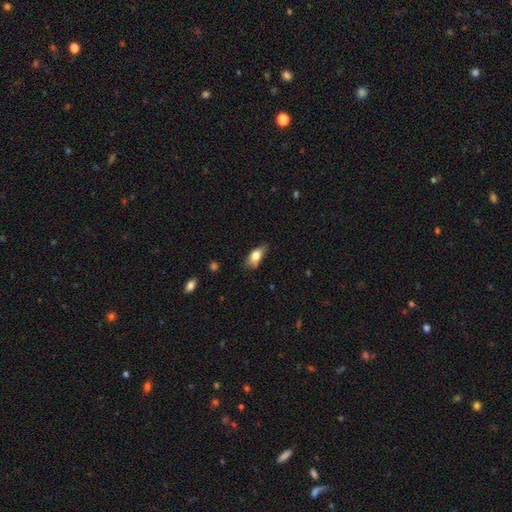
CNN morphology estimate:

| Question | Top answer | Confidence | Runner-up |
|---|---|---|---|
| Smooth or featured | smooth | 71% | featured or disk (21%) |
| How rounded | in between | 81% | cigar-shaped (13%) |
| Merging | none | 61% | minor disturbance (29%) |